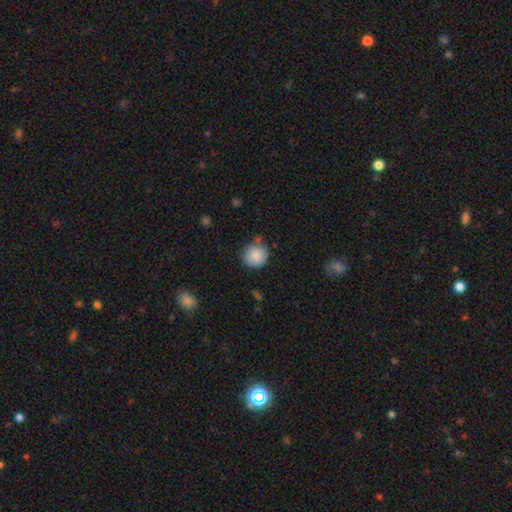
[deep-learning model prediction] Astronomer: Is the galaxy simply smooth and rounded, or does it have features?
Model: smooth — 86%.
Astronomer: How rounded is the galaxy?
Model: round — 92%.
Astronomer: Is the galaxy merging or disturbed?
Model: none — 78%.